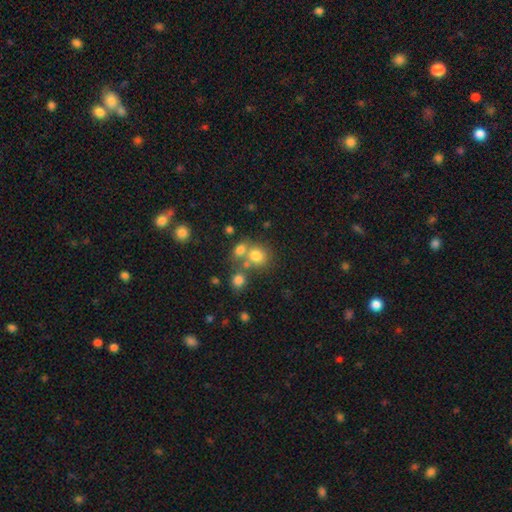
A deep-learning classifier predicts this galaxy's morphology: A smooth galaxy with no disk features (74%) that is round (76%).

Vote fractions:
- Smooth or featured? smooth: 74% / star or artifact: 14% / featured or disk: 12%
- How rounded? round: 76% / in between: 23% / cigar-shaped: 1%
- Merging? none: 50% / merger: 34% / minor disturbance: 10% / major disturbance: 6%